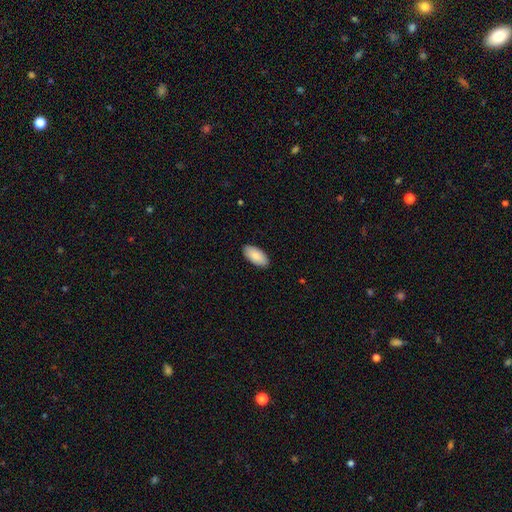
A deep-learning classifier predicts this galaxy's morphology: Smooth or featured? Predicted: smooth (p=0.88). How rounded? Predicted: in between (p=0.95). Merging? Predicted: none (p=0.89).